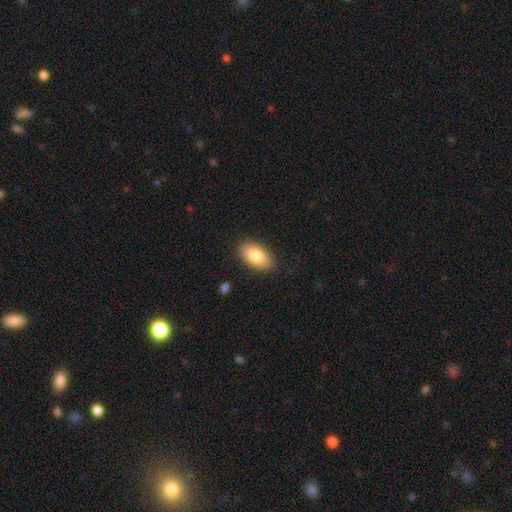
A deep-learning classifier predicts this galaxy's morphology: Smooth or featured?
  - smooth: 84% *
  - featured or disk: 10%
  - star or artifact: 6%
How rounded?
  - in between: 94% *
  - round: 3%
  - cigar-shaped: 2%
Merging?
  - none: 87% *
  - minor disturbance: 10%
  - major disturbance: 2%
  - merger: 1%